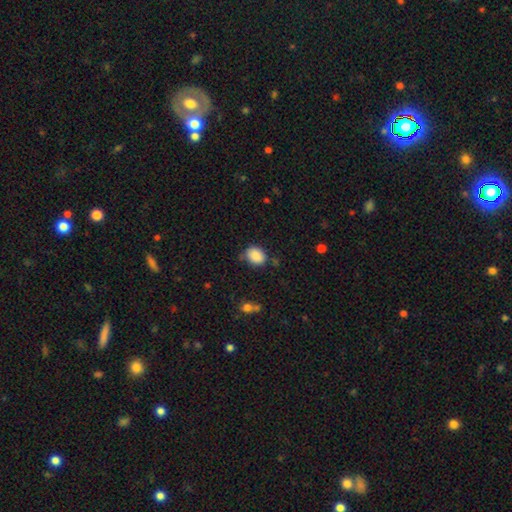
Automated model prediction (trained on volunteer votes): Smooth or featured?
  - smooth: 88% *
  - star or artifact: 8%
  - featured or disk: 4%
How rounded?
  - in between: 61% *
  - round: 38%
  - cigar-shaped: 1%
Merging?
  - none: 72% *
  - minor disturbance: 20%
  - major disturbance: 5%
  - merger: 3%